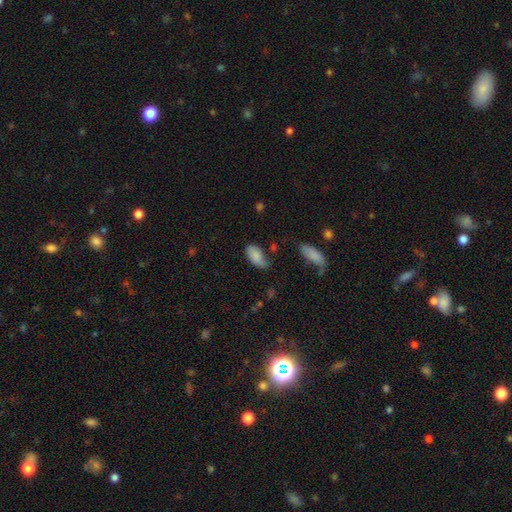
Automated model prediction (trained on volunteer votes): smooth-or-featured: smooth: 82% | featured or disk: 10% | star or artifact: 8%
  how-rounded: in between: 93% | round: 4% | cigar-shaped: 3%
  merging: none: 47% | minor disturbance: 38% | major disturbance: 11% | merger: 4%